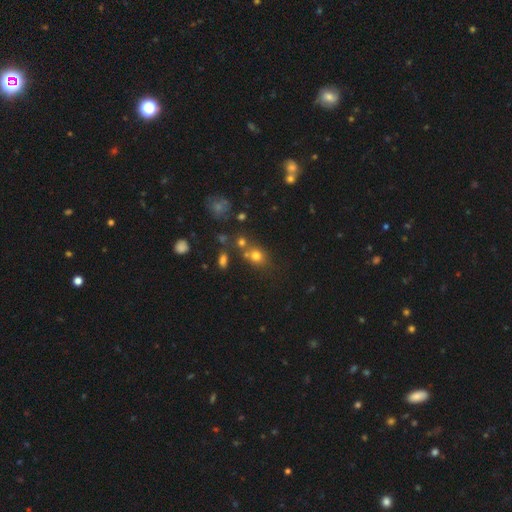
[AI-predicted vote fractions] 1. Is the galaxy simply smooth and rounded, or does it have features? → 72% smooth, 17% star or artifact, 11% featured or disk.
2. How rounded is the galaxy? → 68% round, 31% in between, 1% cigar-shaped.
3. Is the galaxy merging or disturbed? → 57% none, 25% merger, 13% minor disturbance, 5% major disturbance.